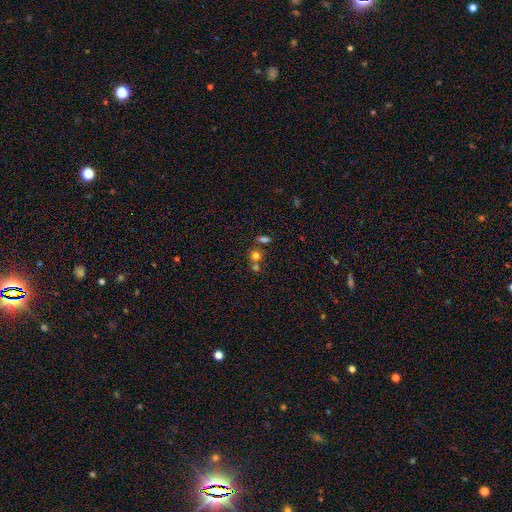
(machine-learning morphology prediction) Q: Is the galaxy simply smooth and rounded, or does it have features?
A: smooth — 73%.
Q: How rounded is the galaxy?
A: round — 75%.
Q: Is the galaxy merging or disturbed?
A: none — 49%.